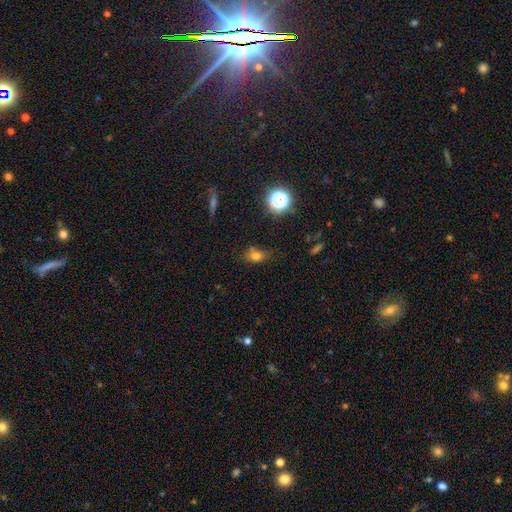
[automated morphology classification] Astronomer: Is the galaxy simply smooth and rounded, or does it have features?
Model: smooth — 71%.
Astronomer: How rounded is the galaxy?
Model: in between — 65%.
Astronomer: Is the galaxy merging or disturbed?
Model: none — 67%.